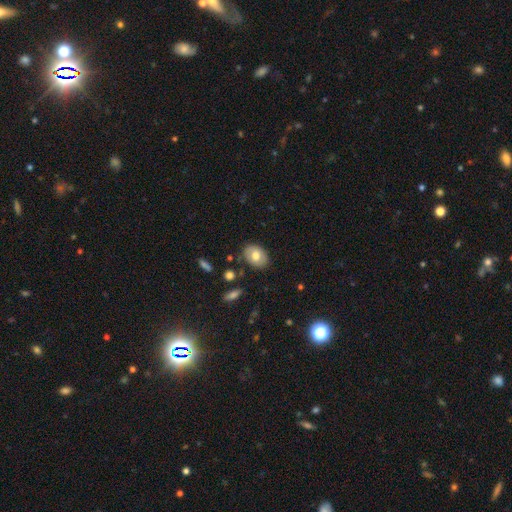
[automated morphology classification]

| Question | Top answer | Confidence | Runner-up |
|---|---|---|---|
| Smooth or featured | smooth | 67% | featured or disk (26%) |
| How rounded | in between | 73% | round (26%) |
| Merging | none | 82% | minor disturbance (13%) |